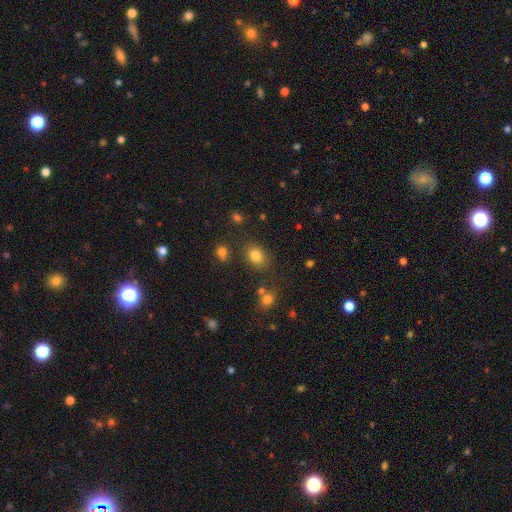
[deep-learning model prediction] This is clearly a smooth galaxy (81%). How rounded: possibly in between (54%). Merging: likely none (77%).